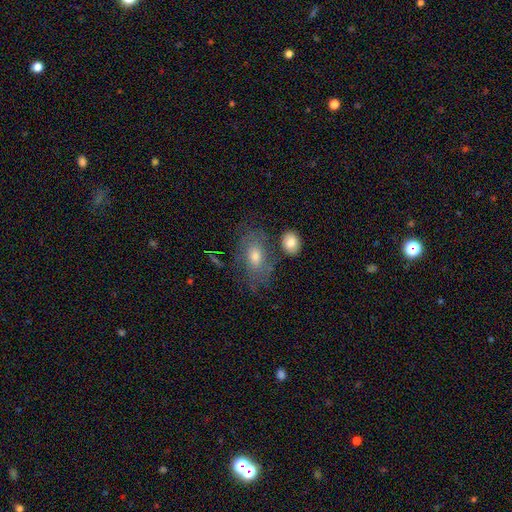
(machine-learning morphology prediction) type=smooth (52%); roundness=in between (86%); merging=none (61%).